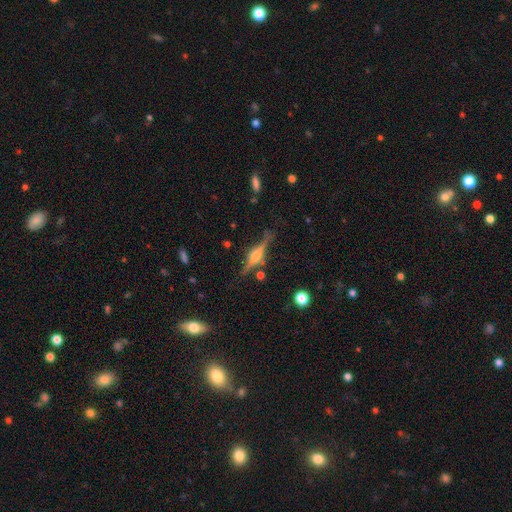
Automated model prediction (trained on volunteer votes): This is clearly a featured or disk galaxy (81%). It is clearly viewed edge-on (97%). Edge-on bulge: clearly rounded (88%). Merging: clearly none (82%).